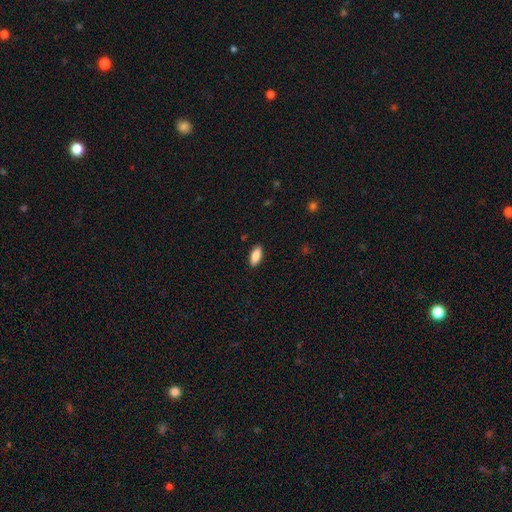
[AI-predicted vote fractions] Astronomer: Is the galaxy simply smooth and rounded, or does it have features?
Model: smooth — 88%.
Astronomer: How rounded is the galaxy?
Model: in between — 83%.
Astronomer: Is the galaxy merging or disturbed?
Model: none — 89%.